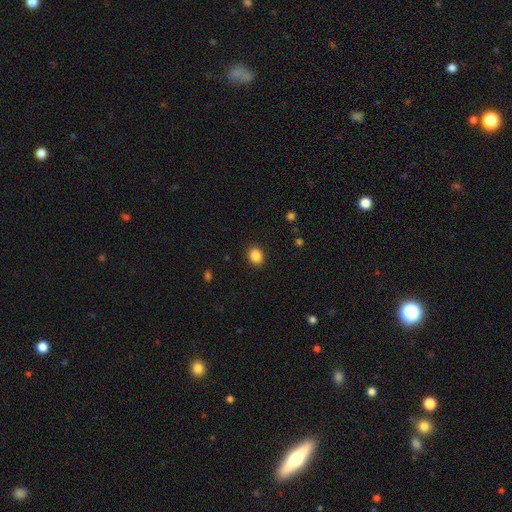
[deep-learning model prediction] Smooth or featured: smooth — 87% (star or artifact — 10%)
How rounded: round — 56% (in between — 43%)
Merging: none — 90% (minor disturbance — 7%)